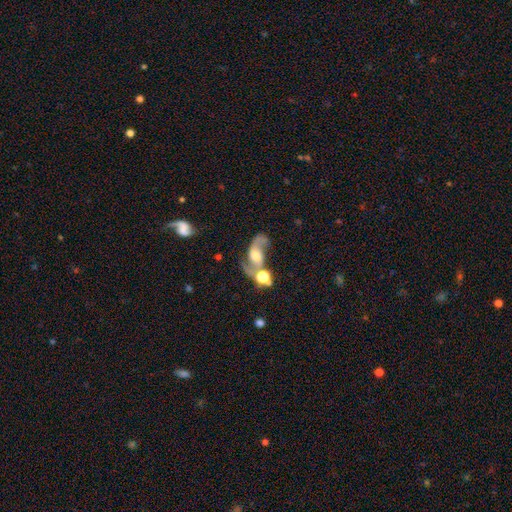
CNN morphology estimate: The model was most divided on "merging": none: 37%, merger: 31%, major disturbance: 16%, minor disturbance: 15%. More confident: edge-on disk — no (96%); spiral arms — yes (92%); spiral arm count — 2 (87%); smooth or featured — featured or disk (78%); spiral winding — loose (61%); bar — no (57%); bulge size — moderate (56%).